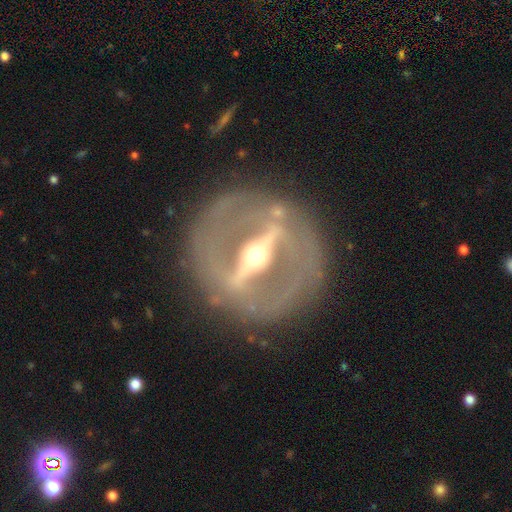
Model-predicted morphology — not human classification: featured or disk 86%, smooth 8%, star or artifact 6%. Down the decision tree: edge-on disk — no (71%); bar — strong (86%); spiral arms — no (69%); bulge size — moderate (57%); merging — none (82%).